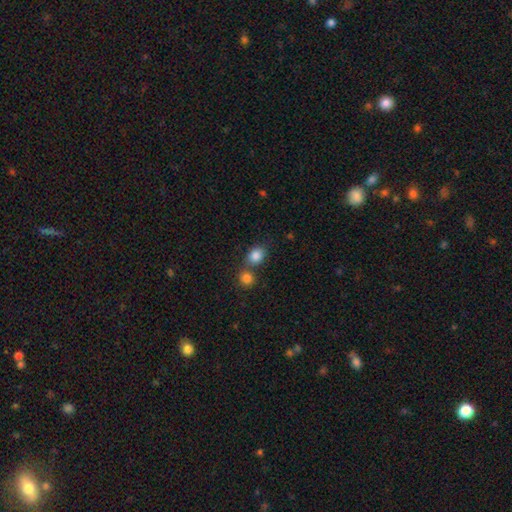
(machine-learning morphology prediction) A smooth galaxy with no disk features (84%) that is round (59%).

Vote fractions:
- Smooth or featured? smooth: 84% / star or artifact: 10% / featured or disk: 6%
- How rounded? round: 59% / in between: 40% / cigar-shaped: 1%
- Merging? none: 52% / merger: 35% / minor disturbance: 10% / major disturbance: 3%